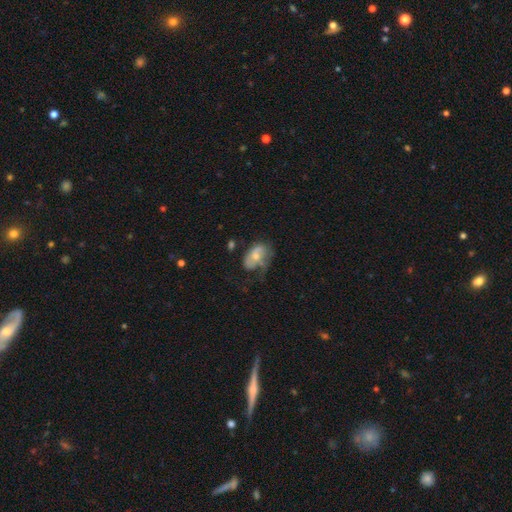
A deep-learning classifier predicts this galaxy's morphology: smooth-or-featured: smooth: 48% | featured or disk: 44% | star or artifact: 8%
  merging: none: 32% (tied) | major disturbance: 32% (tied) | minor disturbance: 31% | merger: 5%